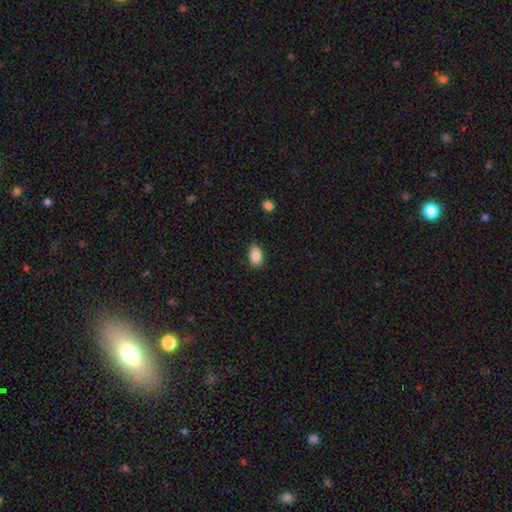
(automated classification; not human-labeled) smooth 85%, star or artifact 8%, featured or disk 7%. Down the decision tree: how rounded — in between (88%); merging — none (84%).